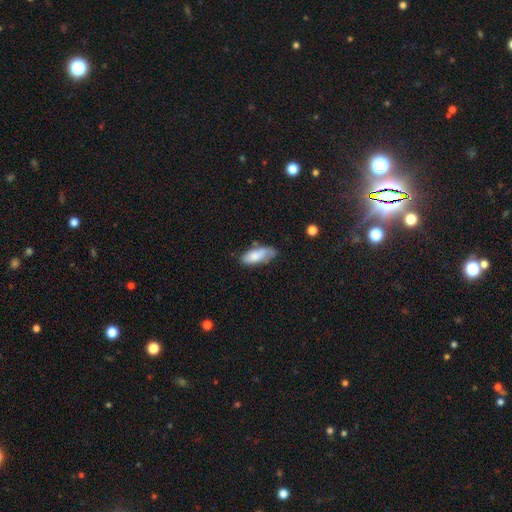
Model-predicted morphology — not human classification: Smooth or featured? Predicted: smooth (p=0.78). How rounded? Predicted: in between (p=0.79). Merging? Predicted: none (p=0.55).